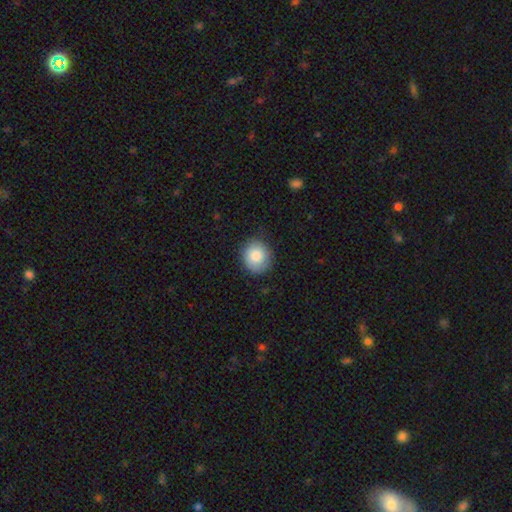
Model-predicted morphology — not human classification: Smooth or featured: smooth — 85% (featured or disk — 8%)
How rounded: round — 75% (in between — 24%)
Merging: none — 83% (minor disturbance — 13%)